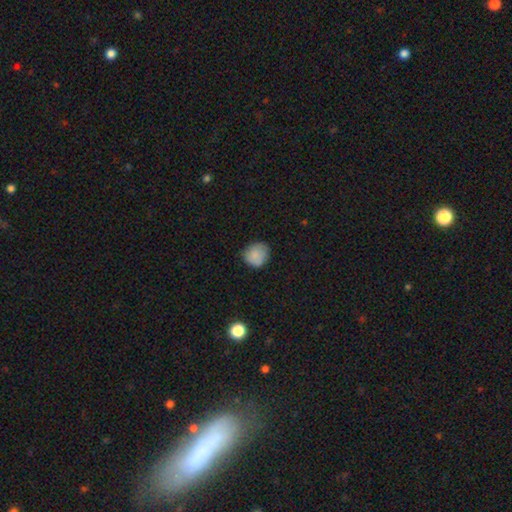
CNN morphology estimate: Smooth or featured? smooth (85%)
How rounded? round (81%)
Merging? none (75%)